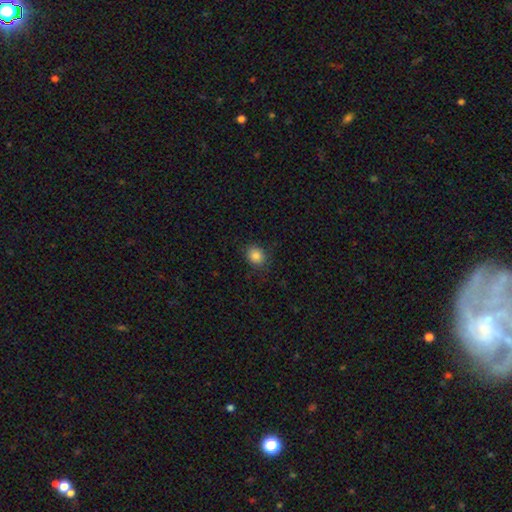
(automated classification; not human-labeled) The model was most divided on "how rounded": round: 66%, in between: 34%, cigar-shaped: 1%. More confident: smooth or featured — smooth (85%); merging — none (84%).